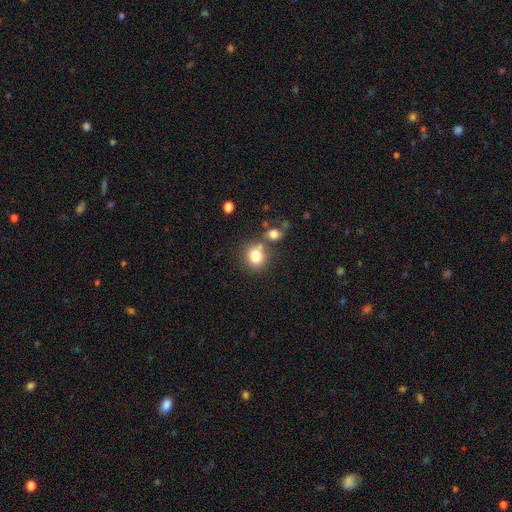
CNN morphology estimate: A smooth galaxy with no disk features (79%) that is round (76%). Merging: none (58%).